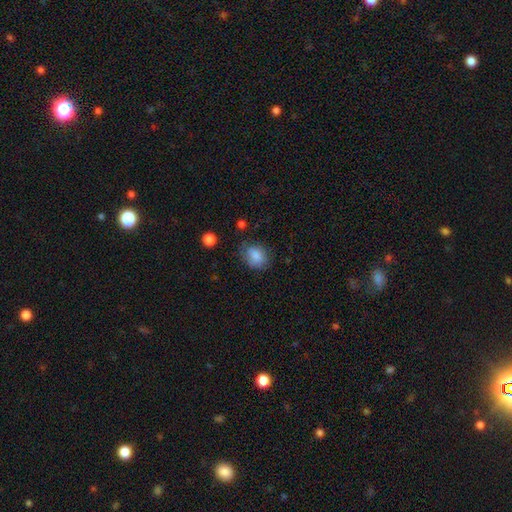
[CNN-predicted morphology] smooth-or-featured: smooth: 82% | featured or disk: 9% | star or artifact: 8%
  how-rounded: in between: 56% | round: 42% | cigar-shaped: 1%
  merging: none: 66% | minor disturbance: 25% | major disturbance: 7% | merger: 2%